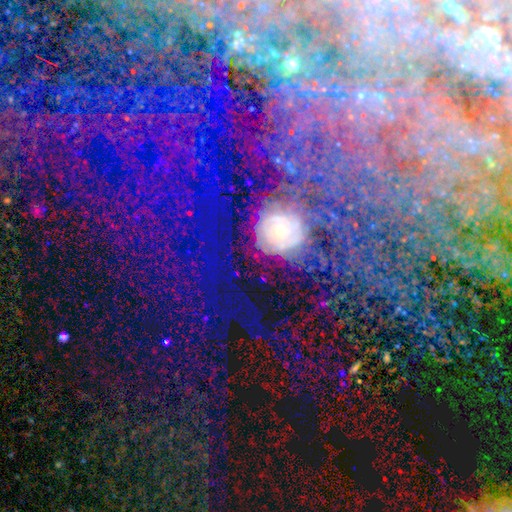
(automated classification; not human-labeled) Overall: star or artifact (44%; featured or disk 32%).